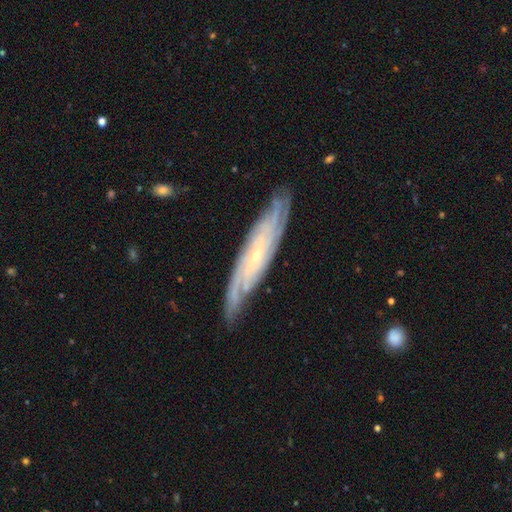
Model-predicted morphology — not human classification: smooth-or-featured: featured or disk: 82% | smooth: 12% | star or artifact: 6%
  disk-edge-on: no: 68% | yes: 32%
    bar: no: 65% | weak: 26% | strong: 9%
    has-spiral-arms: yes: 95% | no: 5%
      spiral-winding: tight: 68% | medium: 26% | loose: 6%
      spiral-arm-count: can't tell: 42% | 2: 20% | 3: 14% | 4: 13% | more than 4: 7% | 1: 5%
    bulge-size: small: 81% | moderate: 15% | none: 2% | large: 1% | dominant: 1%
  merging: none: 80% | minor disturbance: 15% | major disturbance: 3% | merger: 1%